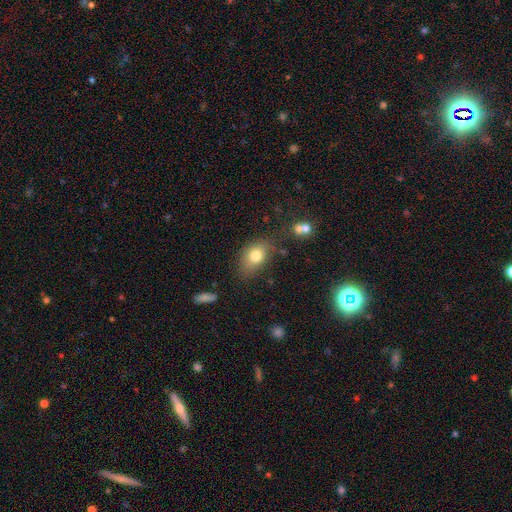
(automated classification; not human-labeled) Q: Smooth or featured?
A: smooth (77%); runner-up: featured or disk (13%)
Q: How rounded?
A: in between (81%); runner-up: round (17%)
Q: Merging?
A: none (68%); runner-up: minor disturbance (21%)